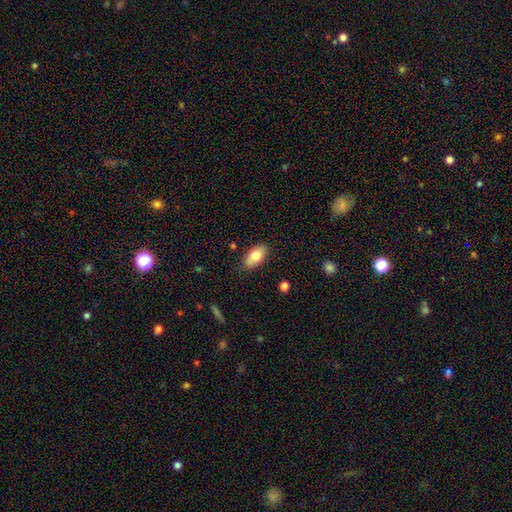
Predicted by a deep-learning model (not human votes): Q: Smooth or featured?
A: smooth (78%); runner-up: featured or disk (15%)
Q: How rounded?
A: in between (92%); runner-up: round (5%)
Q: Merging?
A: none (83%); runner-up: minor disturbance (13%)